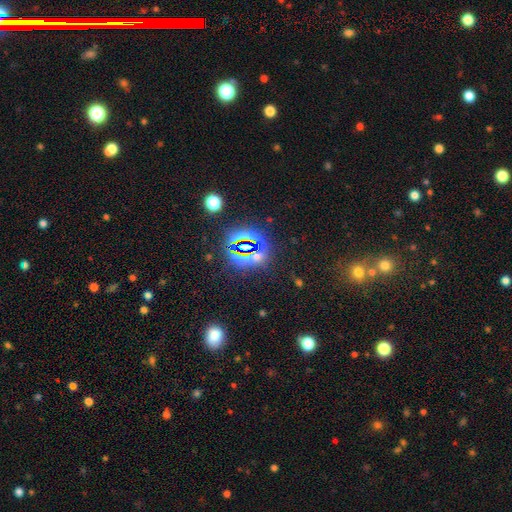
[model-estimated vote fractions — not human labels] smooth-or-featured: star or artifact: 76% | smooth: 15% | featured or disk: 9%